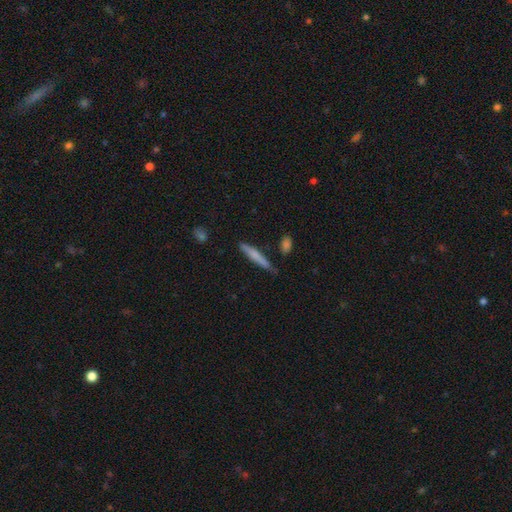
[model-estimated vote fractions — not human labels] Smooth or featured?
  - smooth: 69% *
  - featured or disk: 25%
  - star or artifact: 6%
How rounded?
  - cigar-shaped: 93% *
  - in between: 5%
  - round: 1%
Merging?
  - none: 80% *
  - minor disturbance: 14%
  - merger: 4%
  - major disturbance: 2%